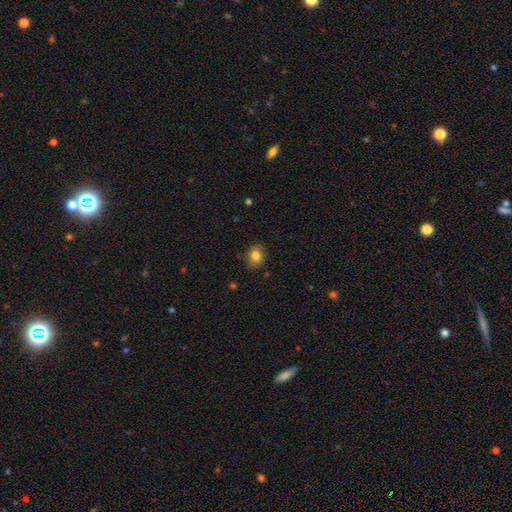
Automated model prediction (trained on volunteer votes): Smooth or featured? smooth (82%)
How rounded? in between (51%)
Merging? none (83%)